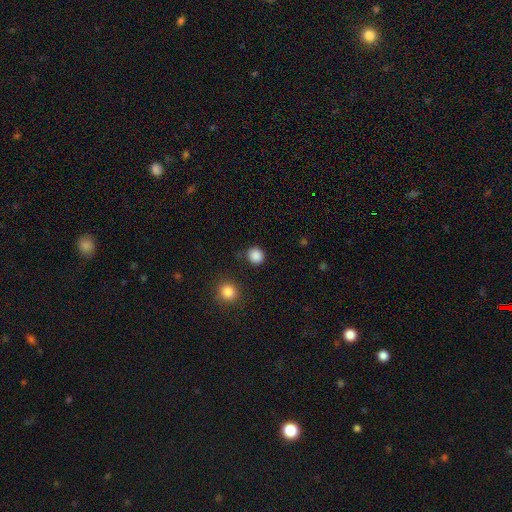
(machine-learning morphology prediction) Smooth or featured? Predicted: smooth (p=0.86). How rounded? Predicted: round (p=0.90). Merging? Predicted: none (p=0.87).